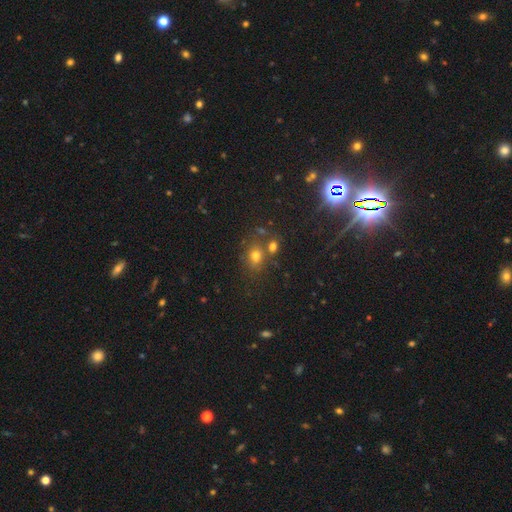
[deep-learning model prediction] smooth-or-featured: smooth: 68% | star or artifact: 20% | featured or disk: 12%
  how-rounded: round: 50% | in between: 49% | cigar-shaped: 1%
  merging: none: 59% | merger: 23% | minor disturbance: 13% | major disturbance: 5%